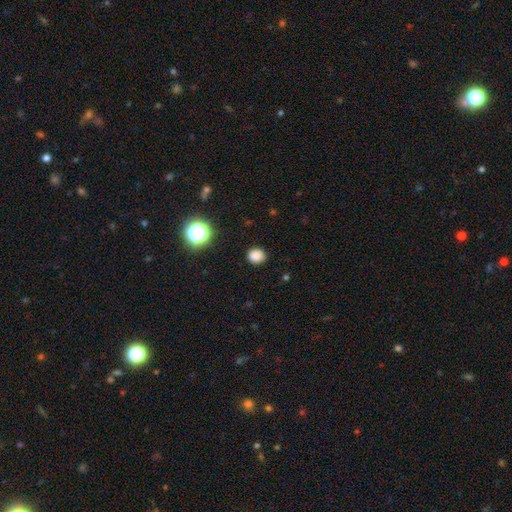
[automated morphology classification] Smooth or featured: smooth — 83% (star or artifact — 13%)
How rounded: round — 71% (in between — 28%)
Merging: none — 88% (minor disturbance — 9%)